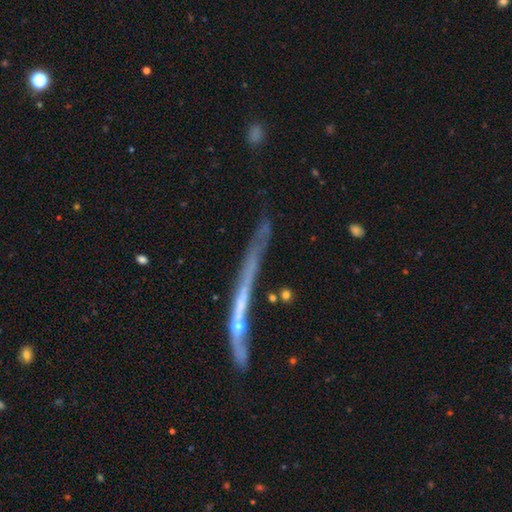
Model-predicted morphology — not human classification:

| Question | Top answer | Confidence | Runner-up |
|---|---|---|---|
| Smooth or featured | featured or disk | 58% | smooth (28%) |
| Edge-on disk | yes | 89% | no (11%) |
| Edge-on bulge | none | 78% | rounded (17%) |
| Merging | none | 63% | minor disturbance (16%) |